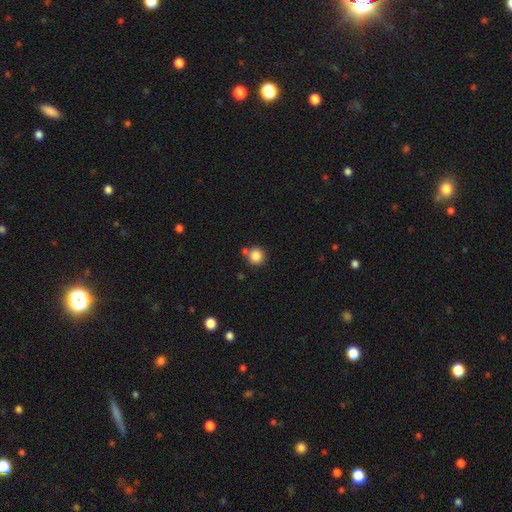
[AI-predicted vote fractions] Smooth or featured?
  - smooth: 84% *
  - star or artifact: 10%
  - featured or disk: 5%
How rounded?
  - round: 94% *
  - in between: 6%
  - cigar-shaped: 1%
Merging?
  - none: 70% *
  - merger: 17%
  - minor disturbance: 10%
  - major disturbance: 3%